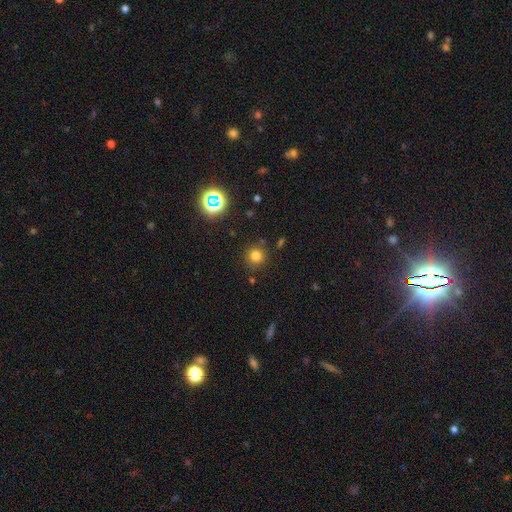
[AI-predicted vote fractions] This appears to be a smooth galaxy with no disk features (75%) that is round (93%). Merging: none (86%).